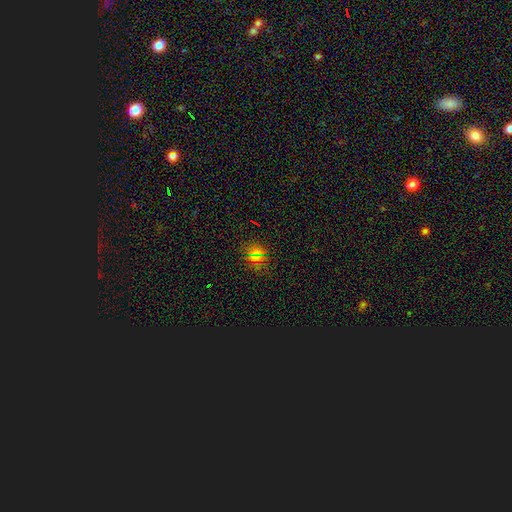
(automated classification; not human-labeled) smooth_or_featured: smooth (p=0.57) [alt: star or artifact p=0.34]
how_rounded: round (p=0.75) [alt: in between p=0.22]
merging: none (p=0.85) [alt: minor disturbance p=0.09]